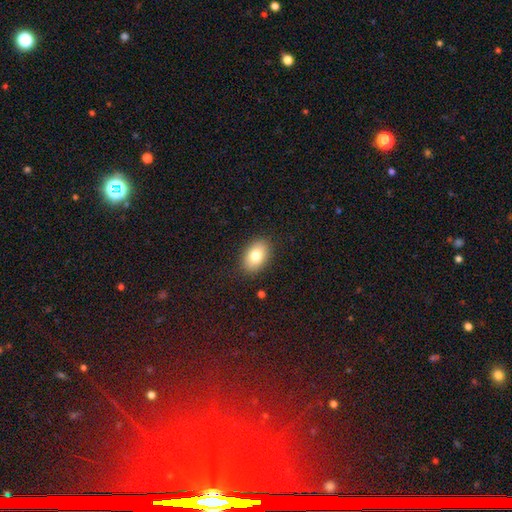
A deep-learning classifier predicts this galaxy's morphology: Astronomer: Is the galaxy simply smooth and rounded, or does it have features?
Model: smooth — 79%.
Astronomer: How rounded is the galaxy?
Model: in between — 87%.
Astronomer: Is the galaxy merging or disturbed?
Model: none — 88%.